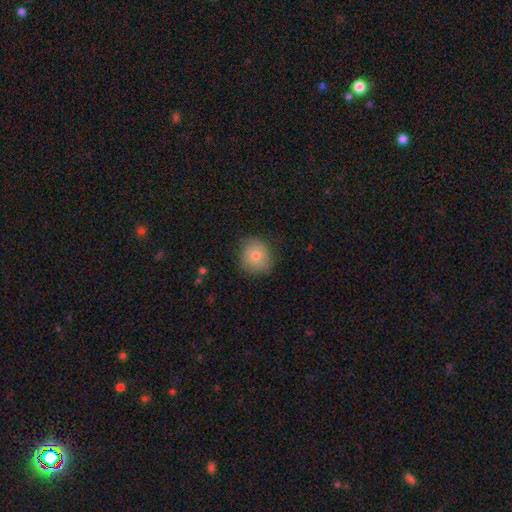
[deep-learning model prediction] This appears to be a smooth galaxy with no disk features (77%) that is round (79%). Merging: none (77%).